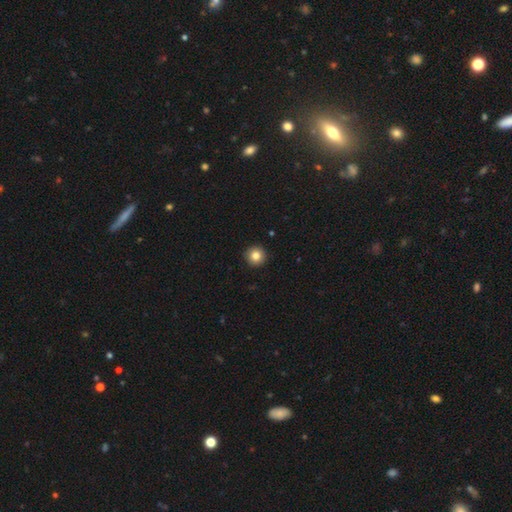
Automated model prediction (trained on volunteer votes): Smooth or featured? Predicted: smooth (p=0.83). How rounded? Predicted: round (p=0.96). Merging? Predicted: none (p=0.93).